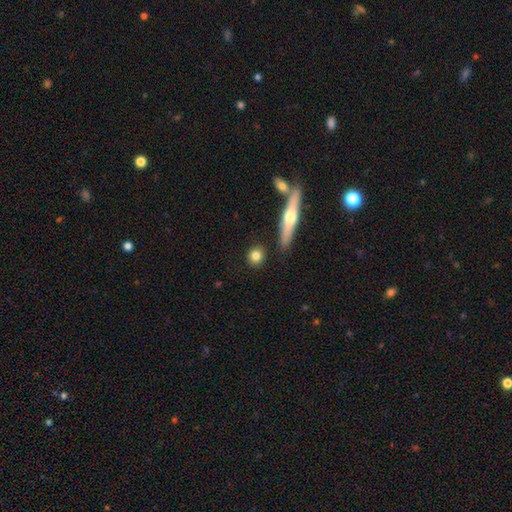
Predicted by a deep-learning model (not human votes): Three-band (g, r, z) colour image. It shows a smooth galaxy with no disk features (80%) that is round (83%). Merging: none (86%).